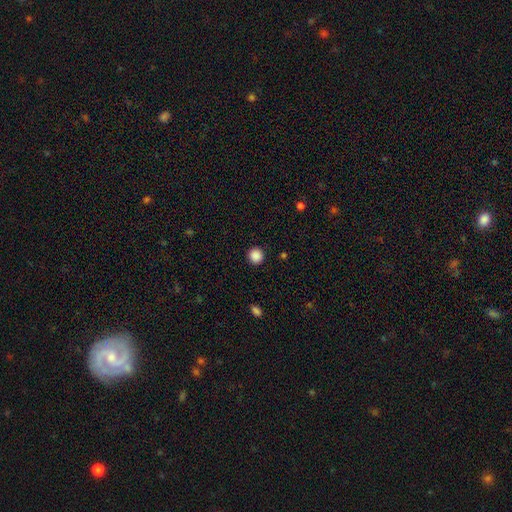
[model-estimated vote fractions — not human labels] Smooth or featured: smooth — 88% (star or artifact — 10%)
How rounded: round — 94% (in between — 5%)
Merging: none — 92% (minor disturbance — 5%)